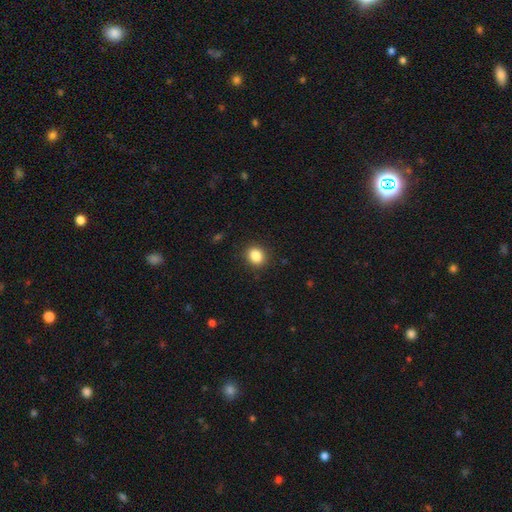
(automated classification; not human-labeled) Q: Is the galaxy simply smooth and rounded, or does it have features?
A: smooth — 86%.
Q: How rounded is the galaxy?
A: round — 62%.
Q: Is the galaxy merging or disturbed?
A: none — 89%.